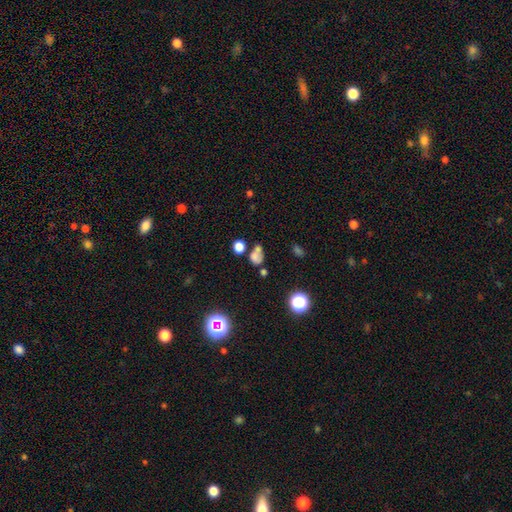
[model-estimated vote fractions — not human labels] smooth 67%, star or artifact 19%, featured or disk 14%. Down the decision tree: how rounded — round (53%); merging — merger (40%).